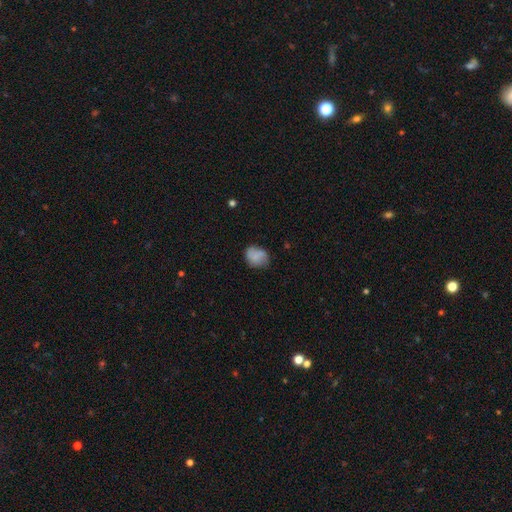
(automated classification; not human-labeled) Smooth or featured? smooth (74%)
How rounded? in between (50%)
Merging? none (61%)